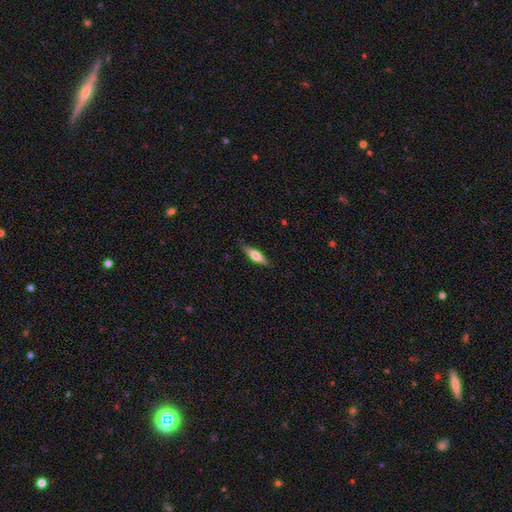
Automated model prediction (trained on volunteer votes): This appears to be a featured or disk galaxy (50%) viewed edge-on (94%). Merging: none (85%).